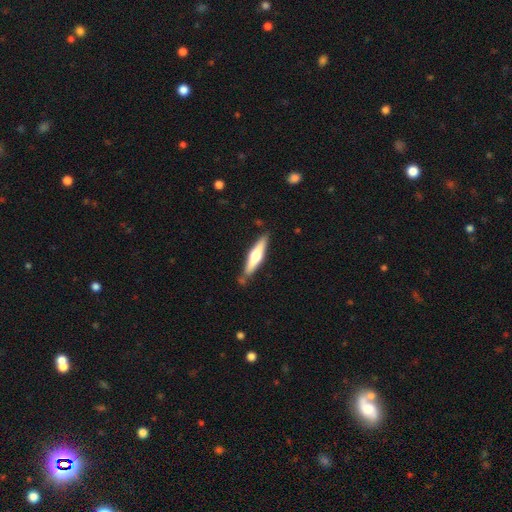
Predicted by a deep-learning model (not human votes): Smooth or featured? Predicted: featured or disk (p=0.54). Edge-on disk? Predicted: yes (p=0.95). Edge-on bulge? Predicted: rounded (p=0.91). Merging? Predicted: none (p=0.81).